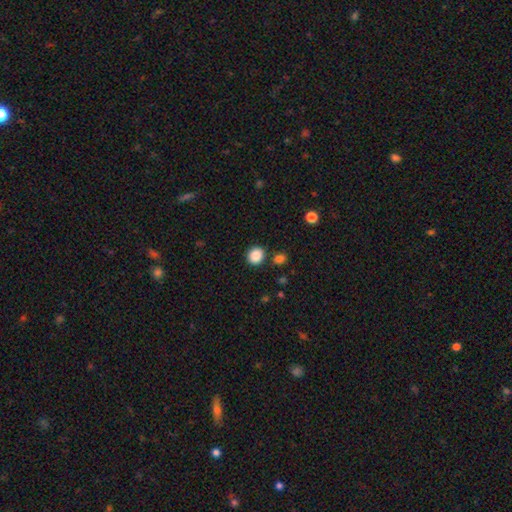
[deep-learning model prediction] Smooth or featured: smooth — 88% (star or artifact — 9%)
How rounded: round — 78% (in between — 21%)
Merging: none — 84% (minor disturbance — 8%)